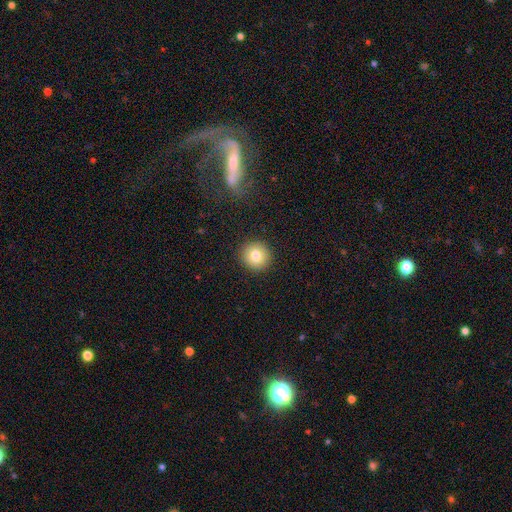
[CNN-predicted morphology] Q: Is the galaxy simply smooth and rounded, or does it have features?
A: smooth — 79%.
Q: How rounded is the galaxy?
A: round — 93%.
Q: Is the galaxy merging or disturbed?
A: none — 92%.